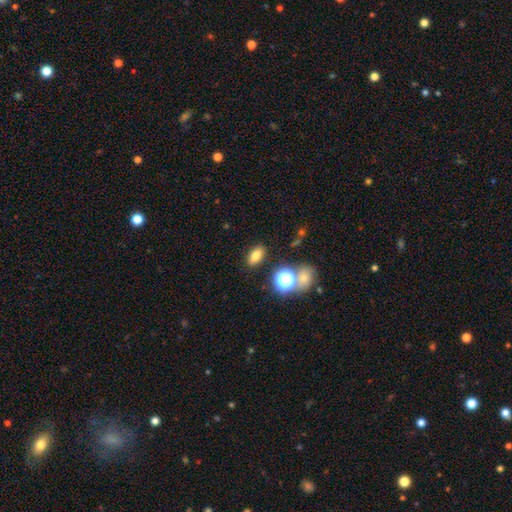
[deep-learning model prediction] Smooth or featured? smooth (74%)
How rounded? in between (79%)
Merging? none (85%)